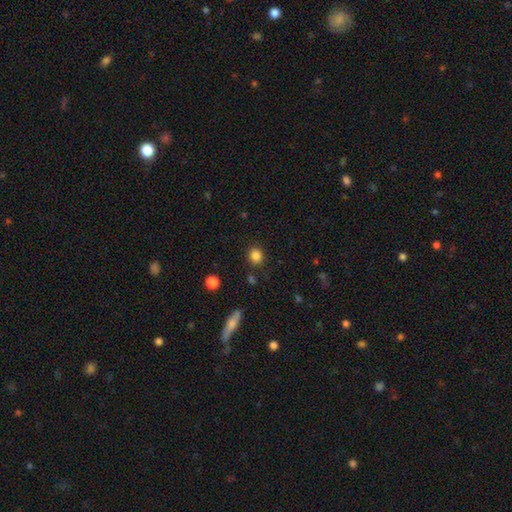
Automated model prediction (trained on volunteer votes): A smooth galaxy with no disk features (84%) that is round (83%). Merging: none (86%).